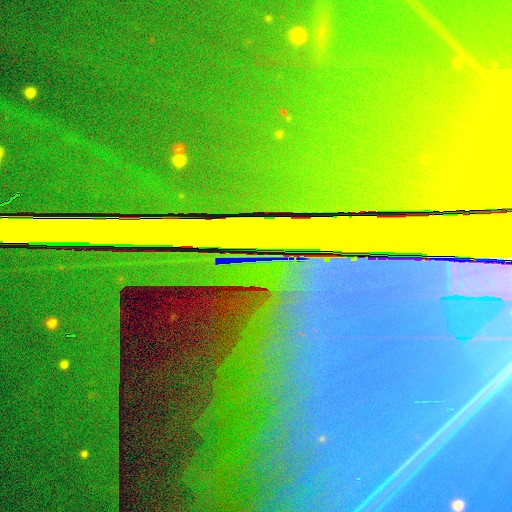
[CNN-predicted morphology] smooth_or_featured: star or artifact (p=0.86) [alt: featured or disk p=0.07]